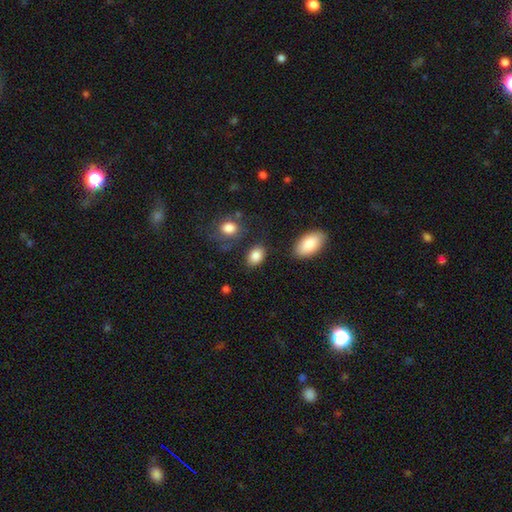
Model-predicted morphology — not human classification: Smooth or featured? smooth (86%)
How rounded? in between (80%)
Merging? none (80%)